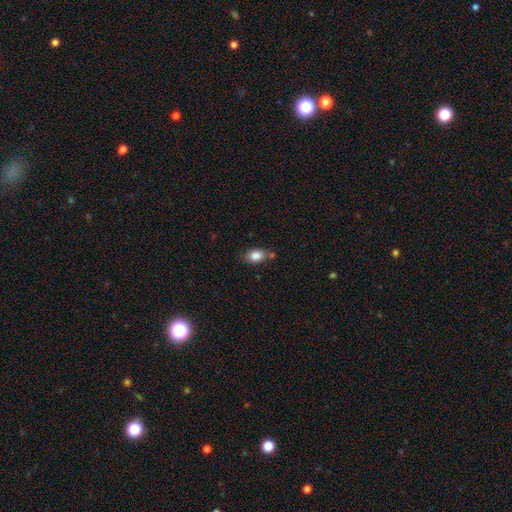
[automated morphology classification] smooth 85%, star or artifact 9%, featured or disk 7%. Down the decision tree: how rounded — in between (77%); merging — none (66%).